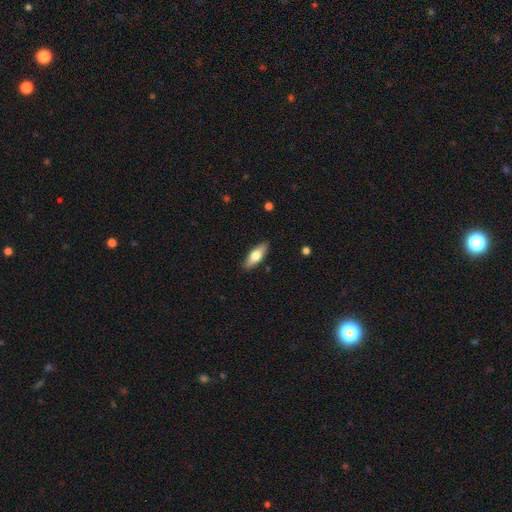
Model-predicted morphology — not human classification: type=smooth (60%); roundness=in between (64%); merging=none (88%).